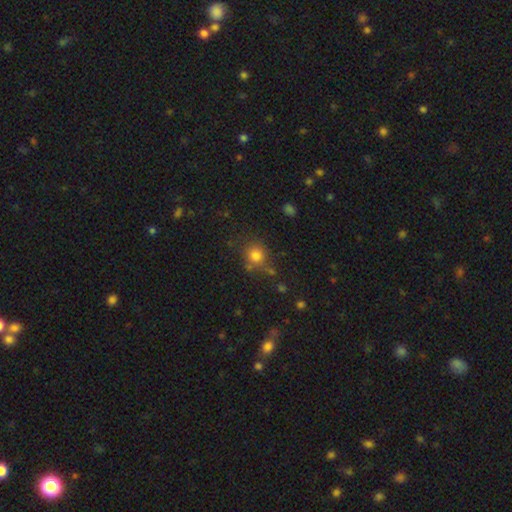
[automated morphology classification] smooth-or-featured: smooth: 79% | star or artifact: 14% | featured or disk: 7%
  how-rounded: round: 88% | in between: 11% | cigar-shaped: 1%
  merging: none: 73% | minor disturbance: 13% | merger: 9% | major disturbance: 5%